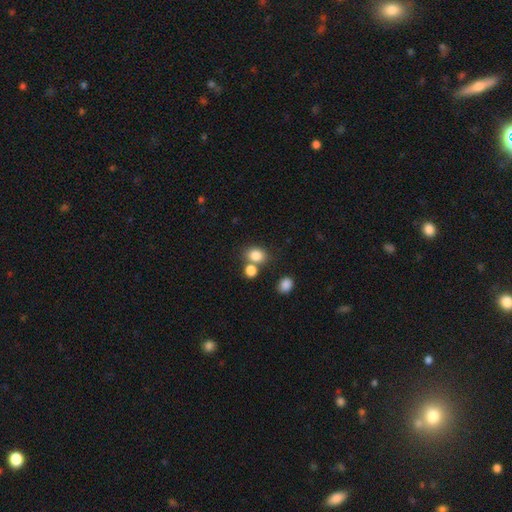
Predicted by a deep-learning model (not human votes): smooth_or_featured: smooth (p=0.82) [alt: star or artifact p=0.11]
how_rounded: round (p=0.52) [alt: in between p=0.47]
merging: none (p=0.58) [alt: merger p=0.28]